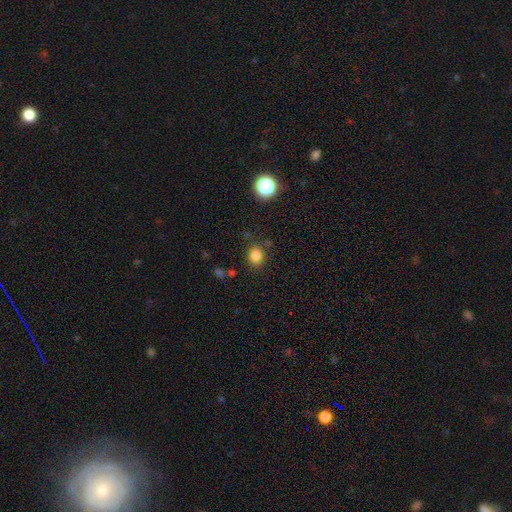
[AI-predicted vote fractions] Smooth or featured? smooth (82%)
How rounded? round (69%)
Merging? none (82%)